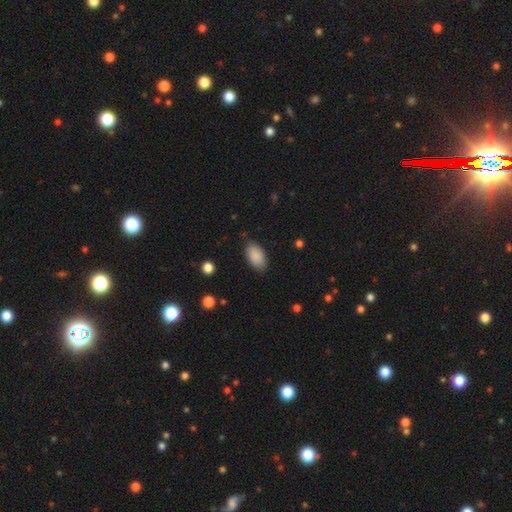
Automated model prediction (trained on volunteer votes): A smooth galaxy with no disk features (89%) that is in between round and cigar-shaped (94%).

Vote fractions:
- Smooth or featured? smooth: 89% / star or artifact: 7% / featured or disk: 4%
- How rounded? in between: 94% / round: 4% / cigar-shaped: 2%
- Merging? none: 83% / minor disturbance: 13% / major disturbance: 3% / merger: 1%